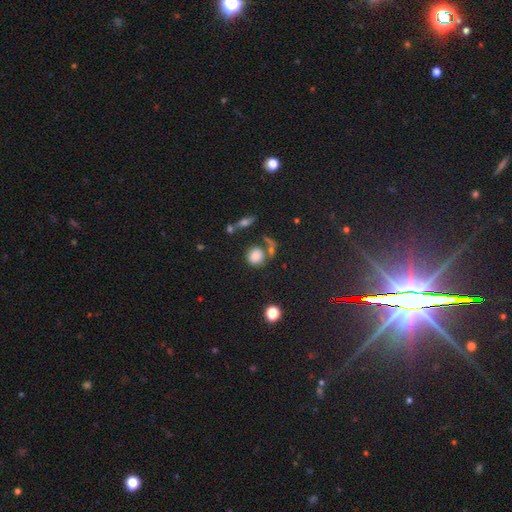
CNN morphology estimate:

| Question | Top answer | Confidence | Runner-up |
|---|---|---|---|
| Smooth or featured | smooth | 77% | star or artifact (12%) |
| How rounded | round | 84% | in between (14%) |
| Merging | none | 63% | merger (18%) |